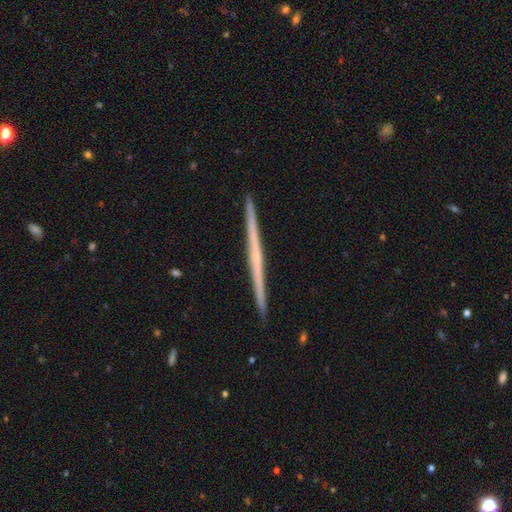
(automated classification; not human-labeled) smooth_or_featured: featured or disk (p=0.68) [alt: smooth p=0.27]
disk_edge_on: yes (p=0.98) [alt: no p=0.02]
edge_on_bulge: none (p=0.80) [alt: rounded p=0.15]
merging: none (p=0.93) [alt: minor disturbance p=0.05]